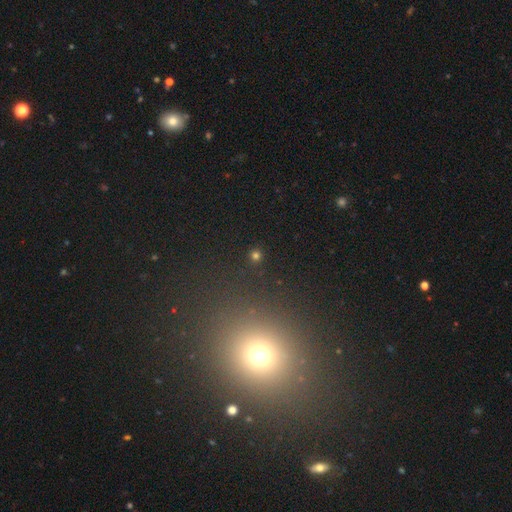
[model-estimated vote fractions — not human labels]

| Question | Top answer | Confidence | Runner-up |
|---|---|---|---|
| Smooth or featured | smooth | 75% | star or artifact (21%) |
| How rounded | round | 94% | in between (5%) |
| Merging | none | 91% | minor disturbance (5%) |